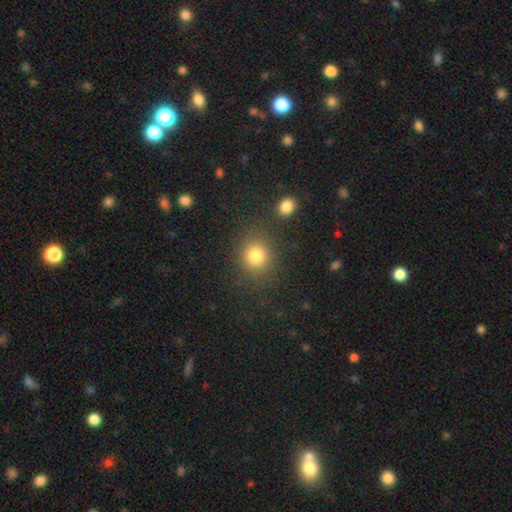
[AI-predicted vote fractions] smooth 82%, star or artifact 12%, featured or disk 6%. Down the decision tree: how rounded — round (79%); merging — none (80%).